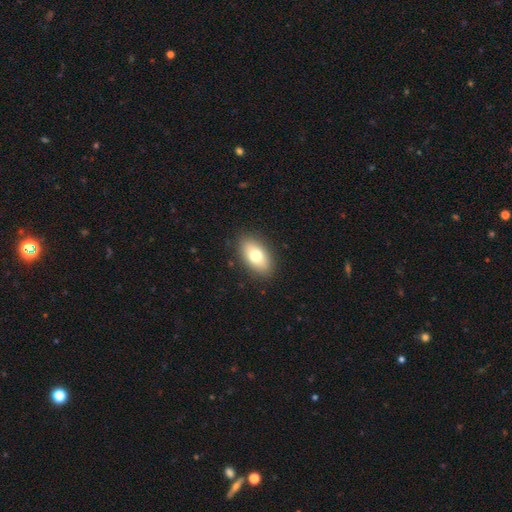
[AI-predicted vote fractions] Smooth or featured?
  - smooth: 75% *
  - featured or disk: 18%
  - star or artifact: 8%
How rounded?
  - in between: 91% *
  - round: 7%
  - cigar-shaped: 3%
Merging?
  - none: 87% *
  - minor disturbance: 9%
  - major disturbance: 2%
  - merger: 1%